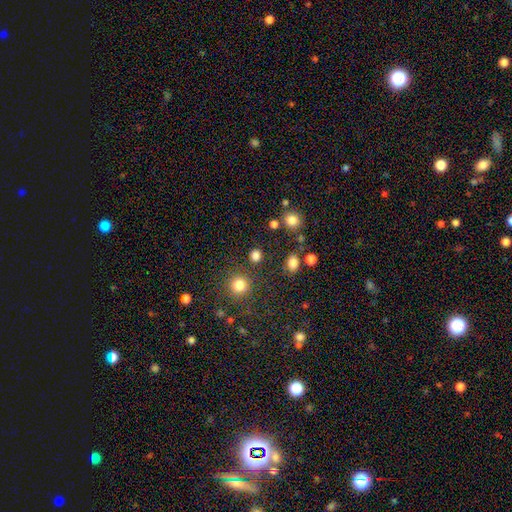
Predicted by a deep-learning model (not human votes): A smooth galaxy with no disk features (80%) that is round (83%). Merging: none (85%).